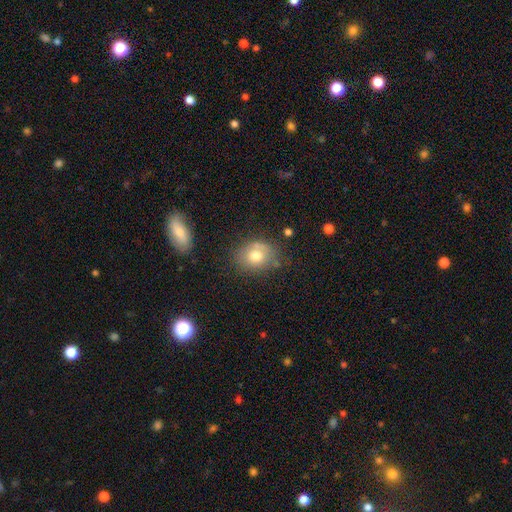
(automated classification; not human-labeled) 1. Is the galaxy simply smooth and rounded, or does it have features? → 73% smooth, 16% featured or disk, 11% star or artifact.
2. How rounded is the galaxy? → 56% round, 43% in between, 1% cigar-shaped.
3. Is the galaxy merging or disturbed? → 66% none, 19% minor disturbance, 9% merger, 6% major disturbance.